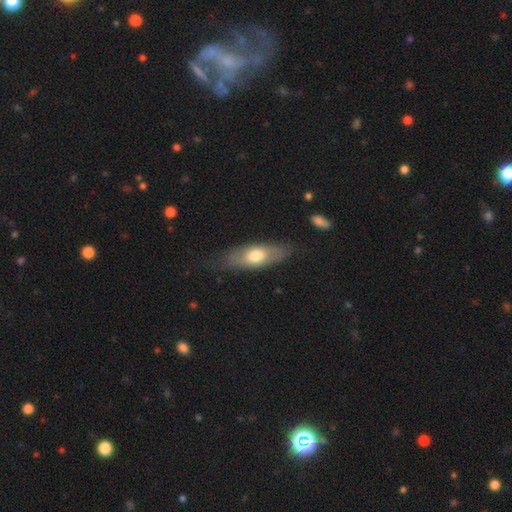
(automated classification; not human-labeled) A smooth galaxy with no disk features (64%) that is in between round and cigar-shaped (69%).

Vote fractions:
- Smooth or featured? smooth: 64% / featured or disk: 30% / star or artifact: 6%
- How rounded? in between: 69% / cigar-shaped: 28% / round: 3%
- Merging? none: 77% / minor disturbance: 17% / major disturbance: 5% / merger: 2%